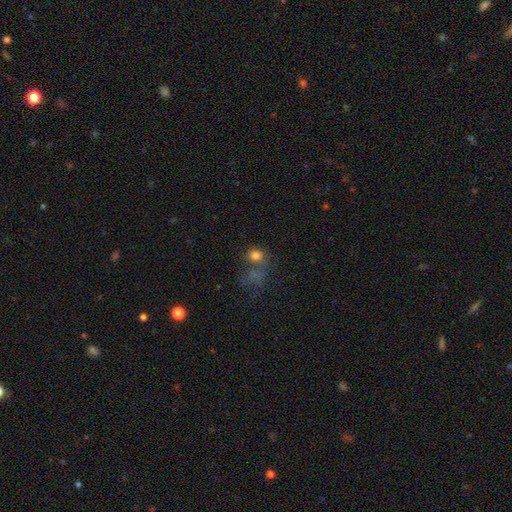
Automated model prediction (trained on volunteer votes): Smooth or featured: smooth — 73% (star or artifact — 16%)
How rounded: round — 75% (in between — 24%)
Merging: none — 45% (merger — 29%)